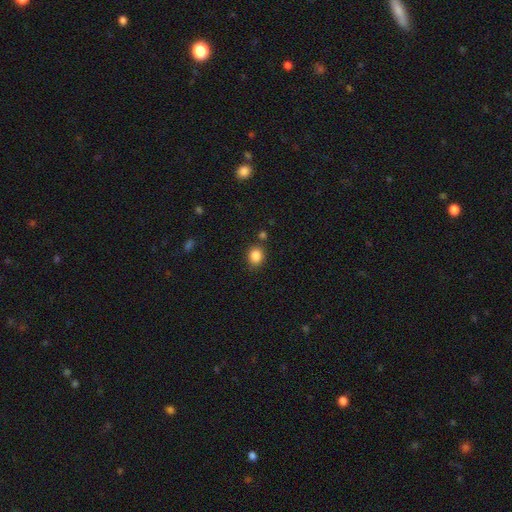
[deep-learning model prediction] smooth-or-featured: smooth: 86% | star or artifact: 10% | featured or disk: 4%
  how-rounded: round: 64% | in between: 35% | cigar-shaped: 1%
  merging: none: 77% | minor disturbance: 14% | merger: 6% | major disturbance: 4%